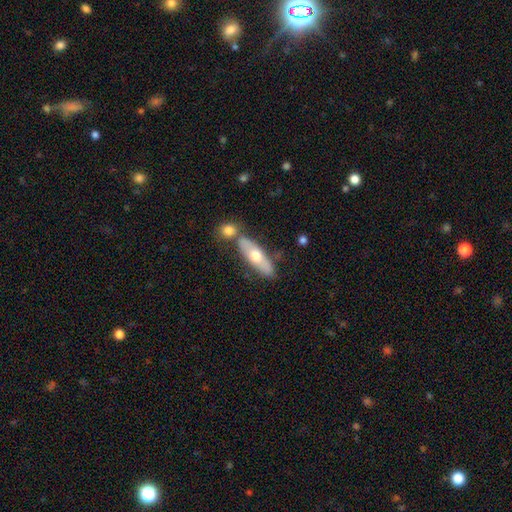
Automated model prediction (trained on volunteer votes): Overall: smooth (50%; featured or disk 44%). How rounded: in between (49%; cigar-shaped 48%). Merging: none (62%).